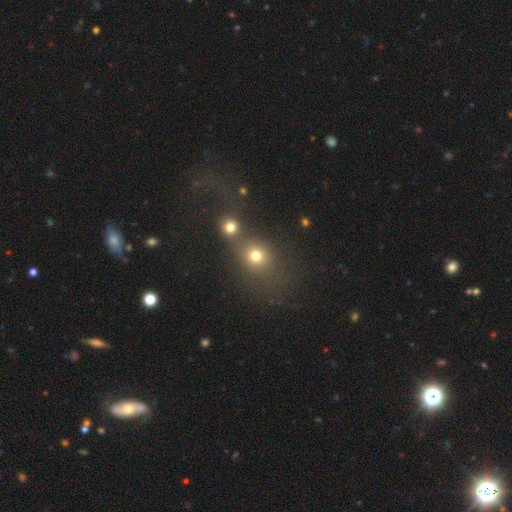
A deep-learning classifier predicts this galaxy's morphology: Q: Smooth or featured?
A: smooth (73%); runner-up: star or artifact (18%)
Q: How rounded?
A: round (77%); runner-up: in between (22%)
Q: Merging?
A: none (47%); runner-up: merger (40%)